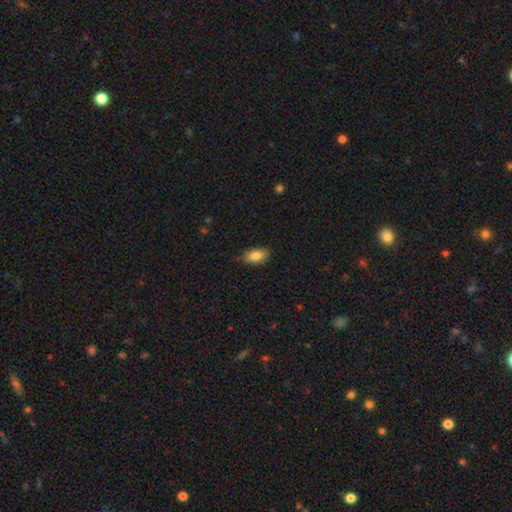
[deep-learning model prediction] Morphology: type=smooth (84%); roundness=in between (91%); merging=none (75%).